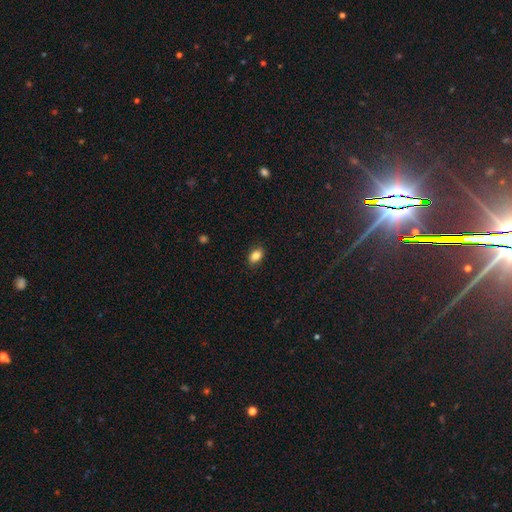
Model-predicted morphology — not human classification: type=smooth (85%); roundness=in between (81%); merging=none (87%).